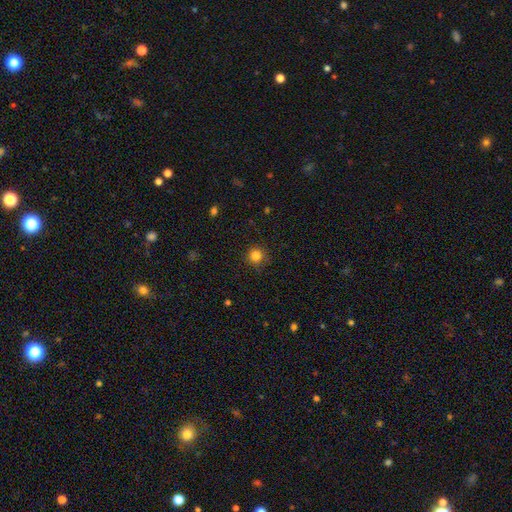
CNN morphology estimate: Smooth or featured? smooth (83%)
How rounded? round (92%)
Merging? none (84%)